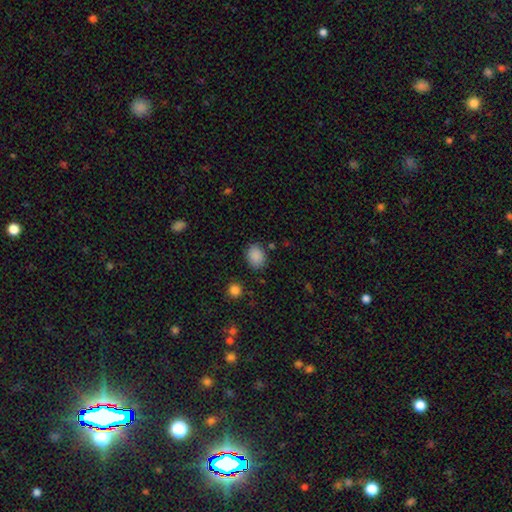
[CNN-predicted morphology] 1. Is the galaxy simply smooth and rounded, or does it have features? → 87% smooth, 9% star or artifact, 3% featured or disk.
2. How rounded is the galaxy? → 57% in between, 42% round, 1% cigar-shaped.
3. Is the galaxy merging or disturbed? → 81% none, 13% minor disturbance, 3% major disturbance, 3% merger.